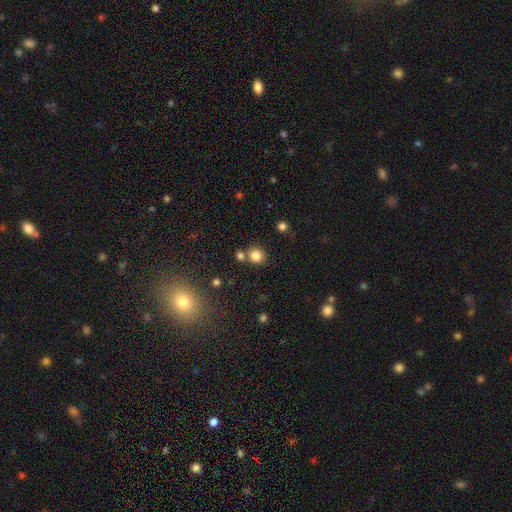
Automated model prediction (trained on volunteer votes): Q: Smooth or featured?
A: smooth (82%); runner-up: star or artifact (12%)
Q: How rounded?
A: round (83%); runner-up: in between (16%)
Q: Merging?
A: none (69%); runner-up: merger (19%)